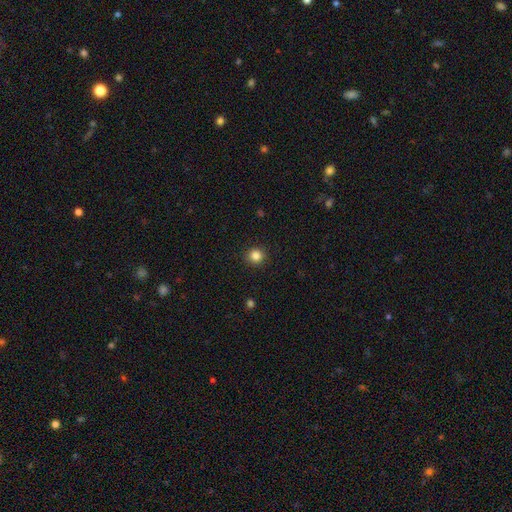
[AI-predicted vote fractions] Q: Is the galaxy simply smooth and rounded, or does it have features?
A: smooth — 84%.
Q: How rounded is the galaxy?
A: round — 93%.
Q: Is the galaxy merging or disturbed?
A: none — 92%.